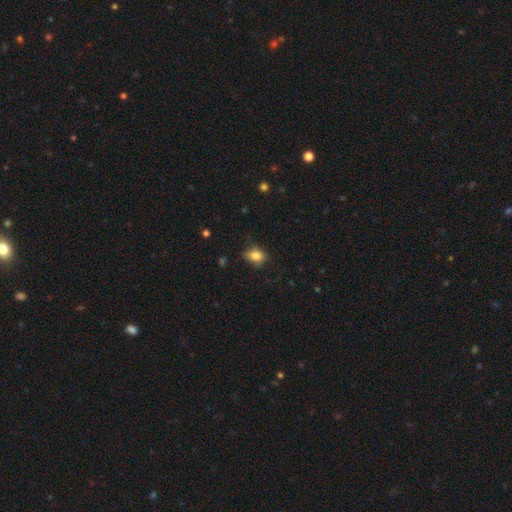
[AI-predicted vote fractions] smooth 82%, star or artifact 10%, featured or disk 8%. Down the decision tree: how rounded — in between (68%); merging — none (68%).